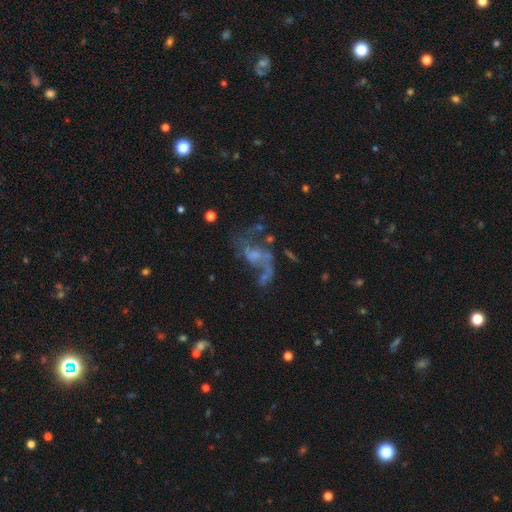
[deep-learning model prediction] Smooth or featured: featured or disk — 66% (smooth — 18%)
Edge-on disk: no — 96% (yes — 4%)
Bar: no — 68% (weak — 26%)
Spiral arms: yes — 61% (no — 39%)
Bulge size: small — 41% (none — 30%)
Merging: major disturbance — 39% (none — 32%)